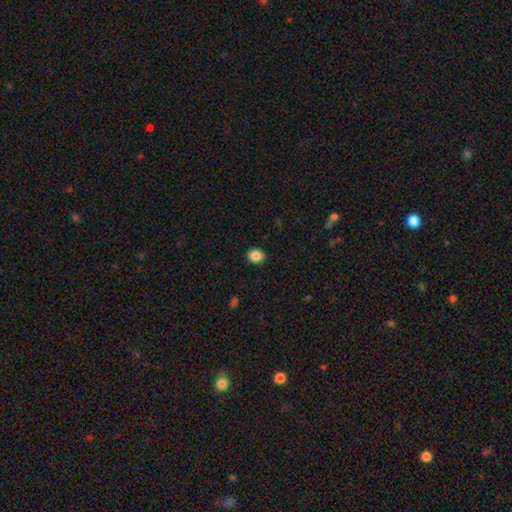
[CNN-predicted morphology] Smooth or featured? Predicted: smooth (p=0.86). How rounded? Predicted: round (p=0.56). Merging? Predicted: none (p=0.91).